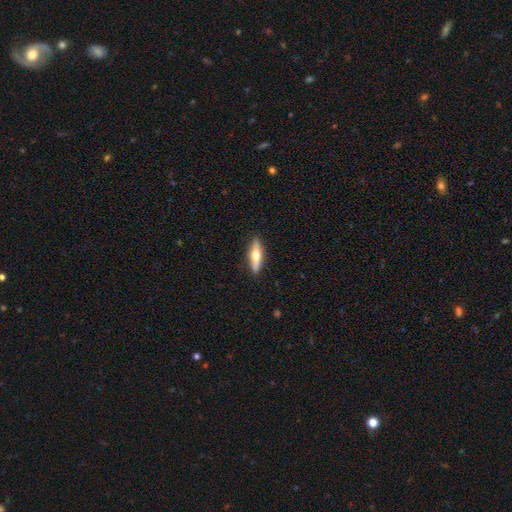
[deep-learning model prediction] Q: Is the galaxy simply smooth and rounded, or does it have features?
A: smooth — 49%.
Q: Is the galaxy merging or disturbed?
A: none — 88%.